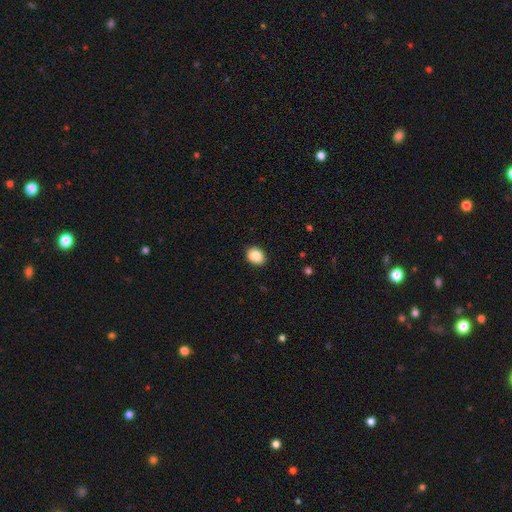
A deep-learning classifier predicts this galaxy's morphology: Smooth or featured: smooth — 87% (star or artifact — 8%)
How rounded: in between — 58% (round — 42%)
Merging: none — 88% (minor disturbance — 9%)